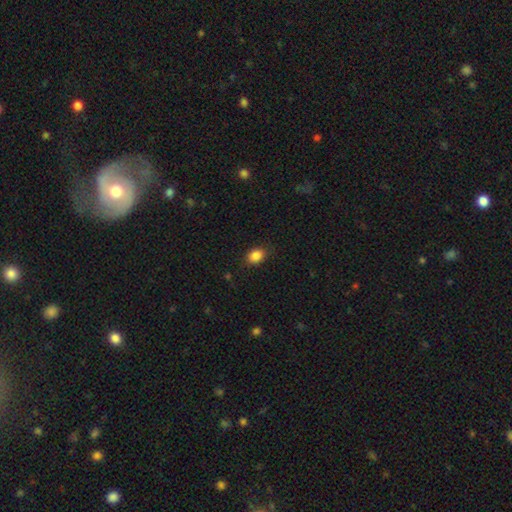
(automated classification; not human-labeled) Q: Smooth or featured?
A: smooth (87%); runner-up: star or artifact (10%)
Q: How rounded?
A: in between (64%); runner-up: round (35%)
Q: Merging?
A: none (84%); runner-up: minor disturbance (12%)